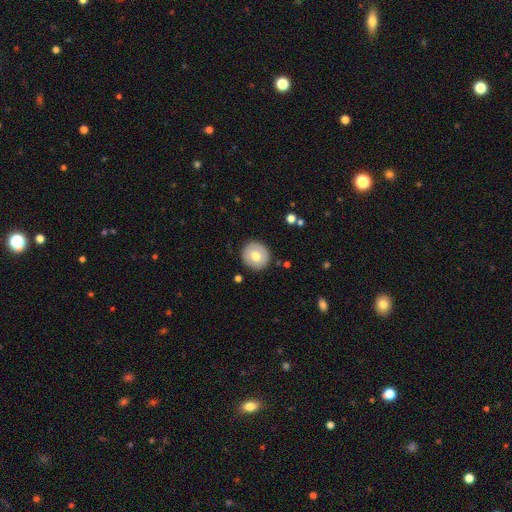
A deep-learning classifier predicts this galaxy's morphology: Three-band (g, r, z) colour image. It shows a smooth galaxy with no disk features (69%) that is round (92%). Merging: none (89%).